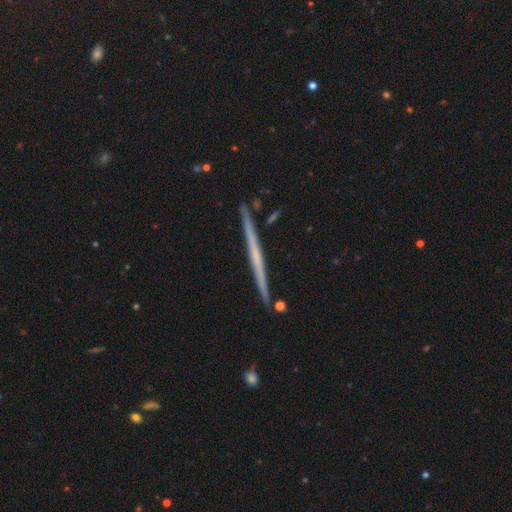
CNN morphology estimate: This appears to be a featured or disk galaxy (67%) viewed edge-on (98%) with no central bulge (81%). Merging: none (91%).